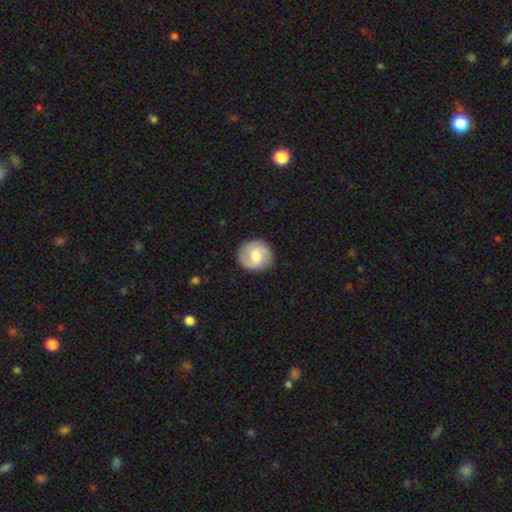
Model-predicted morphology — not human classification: The model was most divided on "bar": weak: 49%, no: 42%, strong: 9%. Remaining: edge-on disk — no (98%); spiral arms — yes (92%); merging — none (87%); spiral arm count — 2 (73%); smooth or featured — featured or disk (64%); bulge size — moderate (61%); spiral winding — medium (46%).